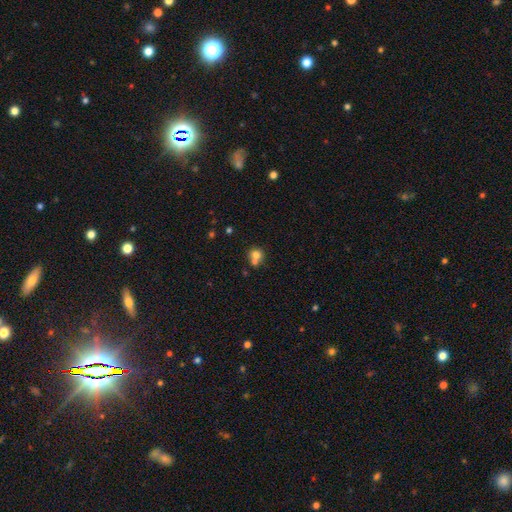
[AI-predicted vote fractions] Smooth or featured? Predicted: smooth (p=0.75). How rounded? Predicted: round (p=0.83). Merging? Predicted: merger (p=0.47).